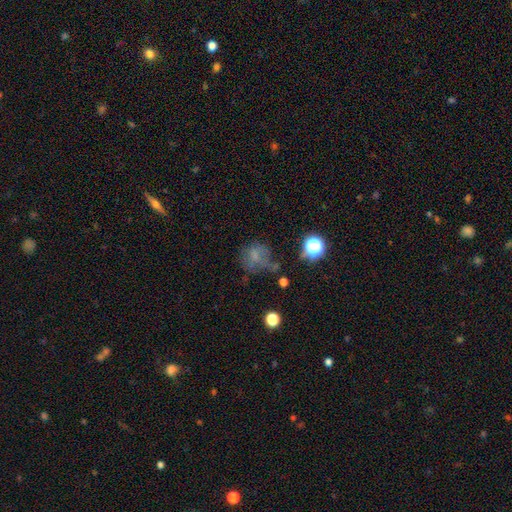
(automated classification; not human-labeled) smooth-or-featured: smooth: 53% | featured or disk: 24% | star or artifact: 23%
  how-rounded: round: 65% | in between: 33% | cigar-shaped: 1%
  merging: none: 37% | major disturbance: 33% | minor disturbance: 22% | merger: 8%